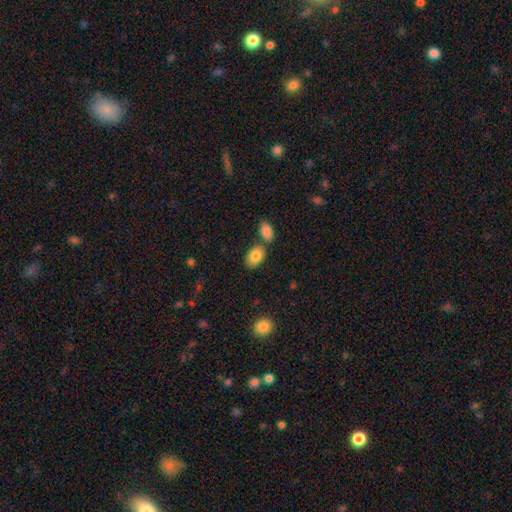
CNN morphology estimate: A smooth galaxy with no disk features (84%) that is in between round and cigar-shaped (89%). Merging: none (66%).